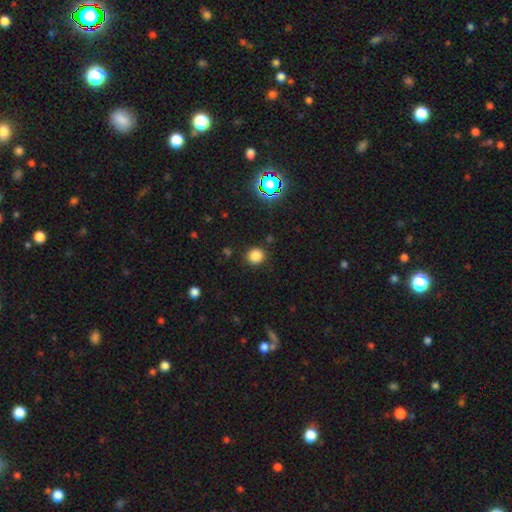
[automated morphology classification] Smooth or featured: smooth — 82% (star or artifact — 14%)
How rounded: round — 88% (in between — 11%)
Merging: none — 89% (minor disturbance — 7%)